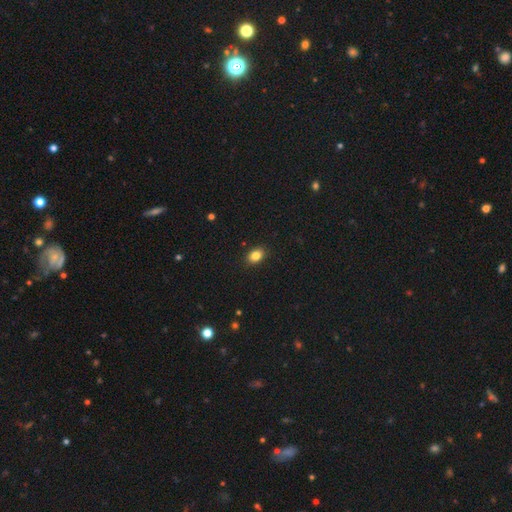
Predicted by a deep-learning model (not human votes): Q: Smooth or featured?
A: smooth (85%); runner-up: star or artifact (9%)
Q: How rounded?
A: in between (75%); runner-up: round (24%)
Q: Merging?
A: none (89%); runner-up: minor disturbance (8%)